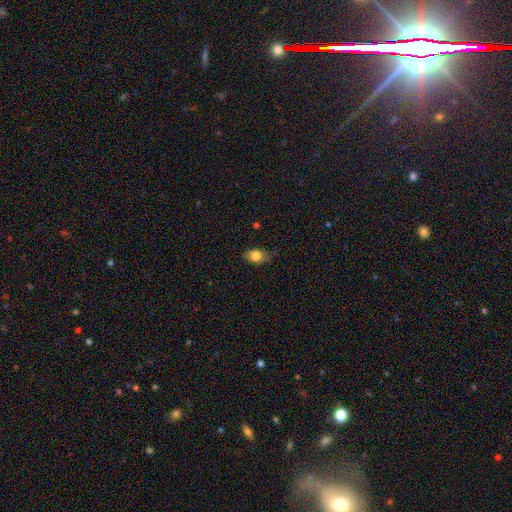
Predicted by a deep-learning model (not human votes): smooth 81%, featured or disk 10%, star or artifact 8%. Down the decision tree: how rounded — in between (76%); merging — none (74%).